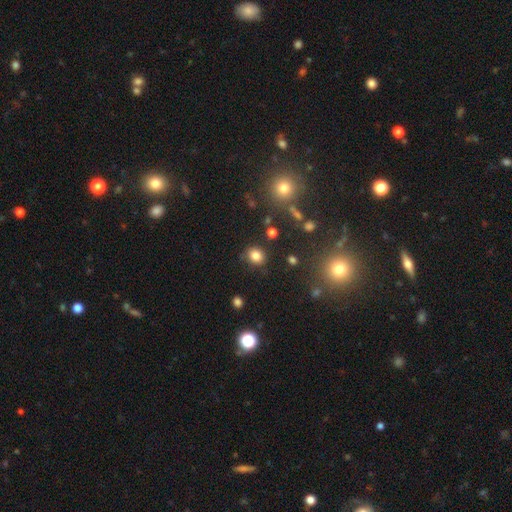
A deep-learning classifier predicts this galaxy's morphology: This is clearly a smooth galaxy (82%). How rounded: likely round (68%). Merging: clearly none (84%).